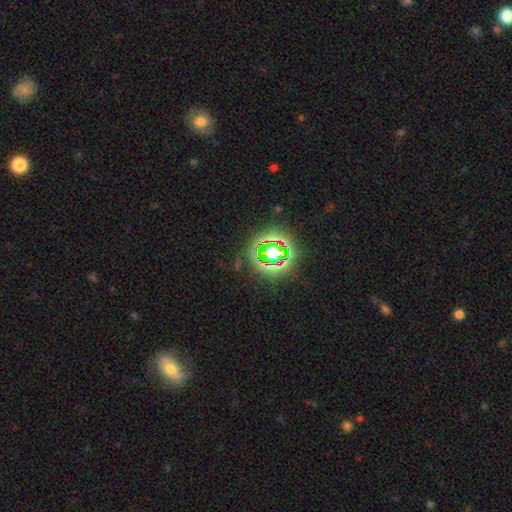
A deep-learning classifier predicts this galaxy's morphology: This is likely a star or artifact rather than a galaxy (78%).